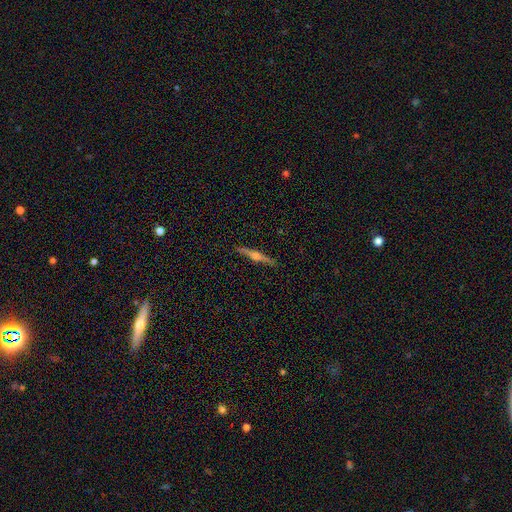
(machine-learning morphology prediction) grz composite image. It shows a featured or disk galaxy (80%) viewed edge-on (98%) with a rounded central bulge (92%). Merging: none (92%).